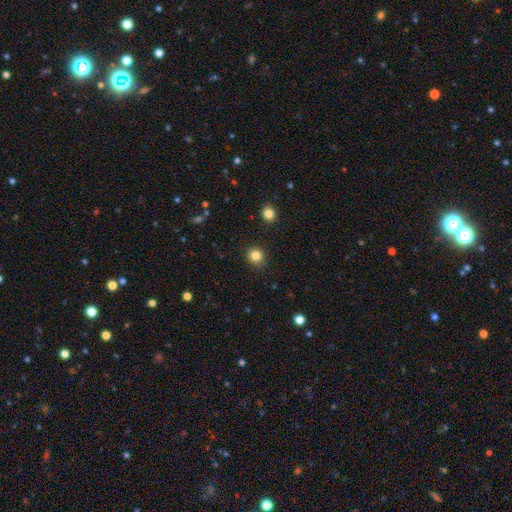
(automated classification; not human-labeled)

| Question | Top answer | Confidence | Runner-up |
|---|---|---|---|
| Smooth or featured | smooth | 83% | star or artifact (12%) |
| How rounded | round | 92% | in between (7%) |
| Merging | none | 90% | minor disturbance (6%) |